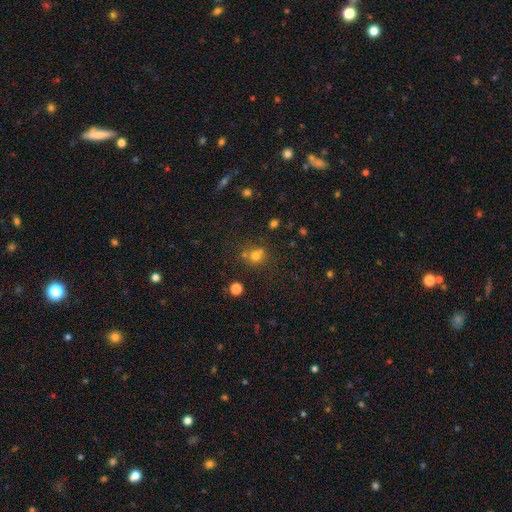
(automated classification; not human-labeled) smooth-or-featured: smooth: 70% | star or artifact: 20% | featured or disk: 10%
  how-rounded: round: 80% | in between: 19% | cigar-shaped: 1%
  merging: none: 59% | merger: 25% | minor disturbance: 12% | major disturbance: 5%